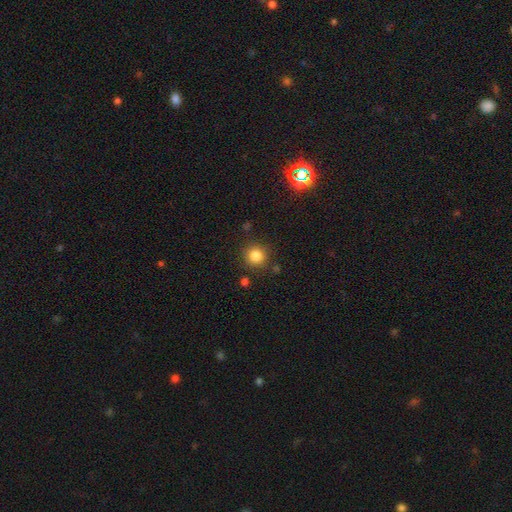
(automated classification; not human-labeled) Smooth or featured: smooth — 83% (star or artifact — 12%)
How rounded: round — 93% (in between — 6%)
Merging: none — 86% (minor disturbance — 8%)